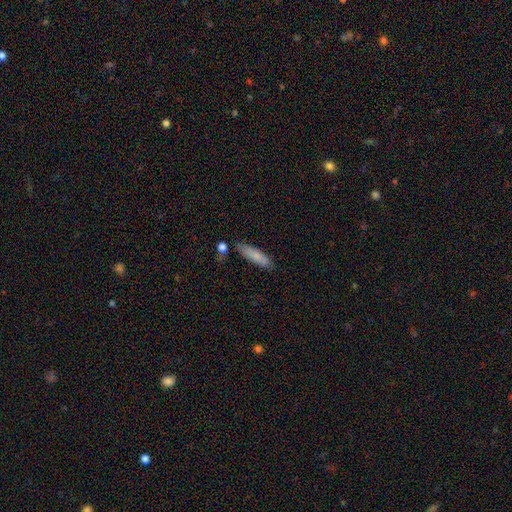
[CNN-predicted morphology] This is likely a smooth galaxy (77%). How rounded: likely cigar-shaped (71%). Merging: likely none (73%).